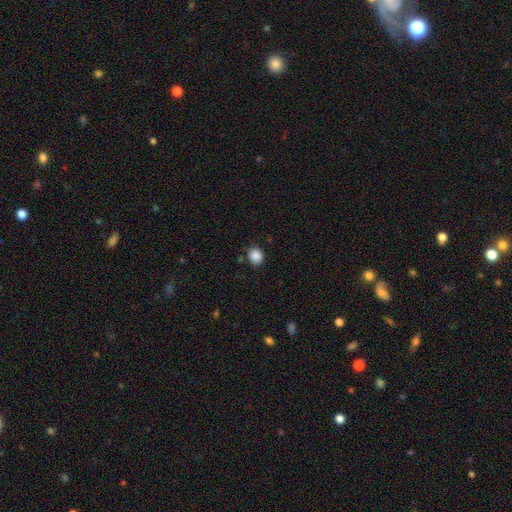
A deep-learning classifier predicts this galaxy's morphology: A smooth galaxy with no disk features (87%) that is round (79%). Merging: none (83%).